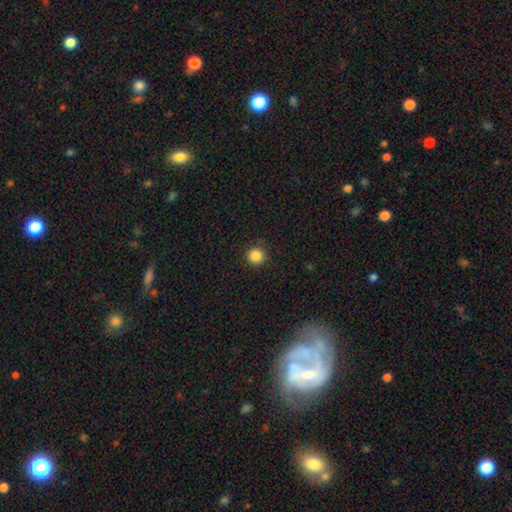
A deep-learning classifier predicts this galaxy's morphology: smooth 86%, star or artifact 11%, featured or disk 3%. Down the decision tree: how rounded — round (95%); merging — none (91%).